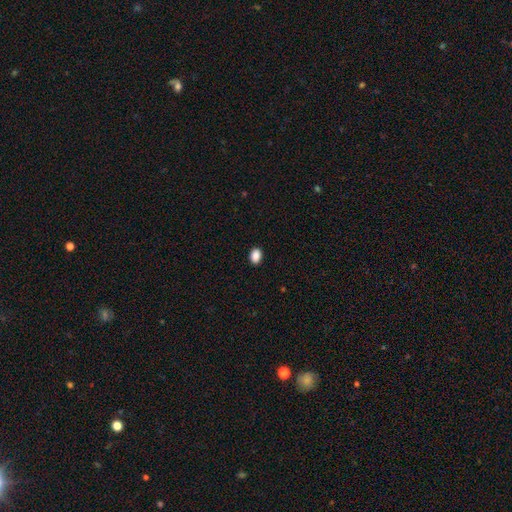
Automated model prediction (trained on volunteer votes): A smooth galaxy with no disk features (89%) that is in between round and cigar-shaped (81%). Merging: none (90%).